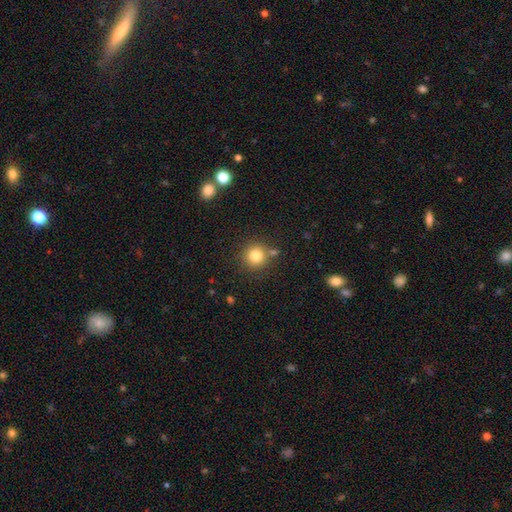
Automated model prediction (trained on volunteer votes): This appears to be a smooth galaxy with no disk features (81%) that is round (94%). Merging: none (79%).